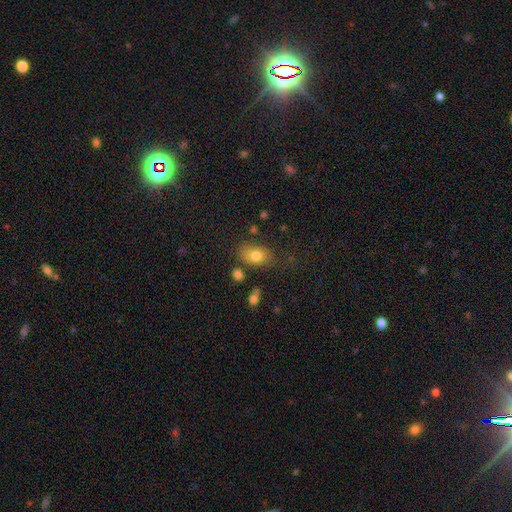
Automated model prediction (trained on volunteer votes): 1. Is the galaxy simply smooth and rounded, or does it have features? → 79% smooth, 11% featured or disk, 10% star or artifact.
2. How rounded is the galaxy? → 80% in between, 19% round, 2% cigar-shaped.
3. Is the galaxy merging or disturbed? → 69% none, 19% minor disturbance, 7% major disturbance, 6% merger.